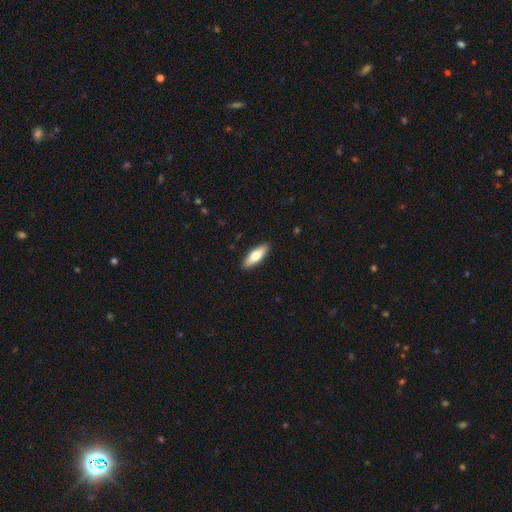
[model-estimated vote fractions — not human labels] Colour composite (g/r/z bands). It shows a smooth galaxy with no disk features (69%) that is in between round and cigar-shaped (55%). Merging: none (90%).